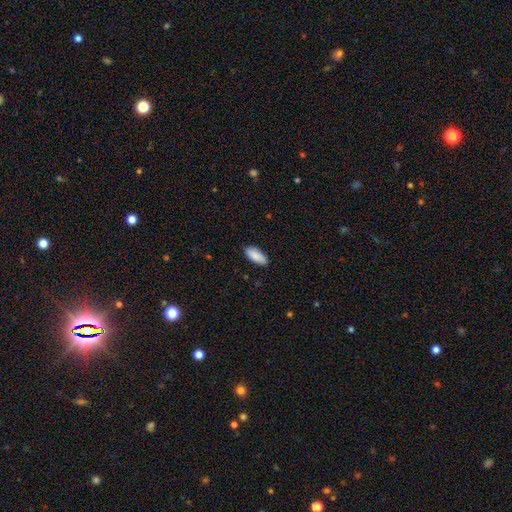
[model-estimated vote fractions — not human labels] The model was most divided on "merging": none: 85%, minor disturbance: 12%, major disturbance: 2%, merger: 1%. More confident: smooth or featured — smooth (88%); how rounded — in between (86%).